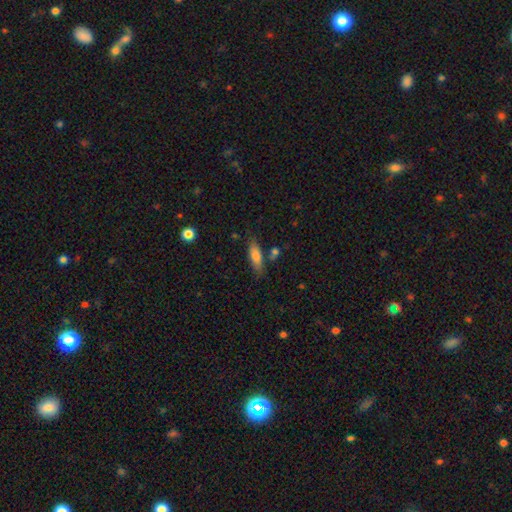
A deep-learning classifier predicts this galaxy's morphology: Overall: smooth (77%). How rounded: in between (54%; cigar-shaped 44%). Merging: none (72%).